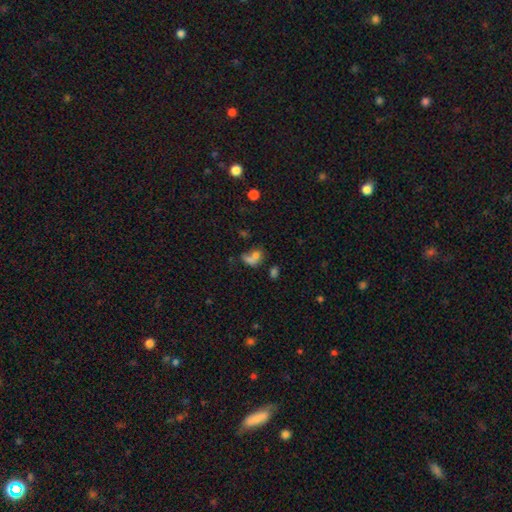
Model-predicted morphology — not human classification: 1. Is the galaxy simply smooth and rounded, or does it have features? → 68% smooth, 18% featured or disk, 15% star or artifact.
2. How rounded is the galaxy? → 58% in between, 39% round, 3% cigar-shaped.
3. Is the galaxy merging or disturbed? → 52% merger, 26% none, 13% major disturbance, 10% minor disturbance.